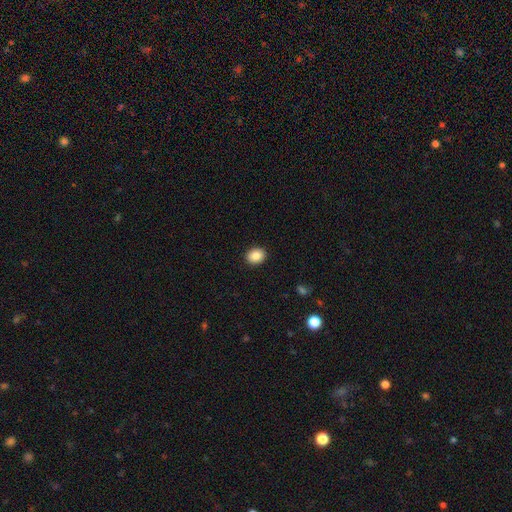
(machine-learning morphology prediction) Smooth or featured?
  - smooth: 87% *
  - star or artifact: 9%
  - featured or disk: 4%
How rounded?
  - round: 53% *
  - in between: 46%
  - cigar-shaped: 1%
Merging?
  - none: 91% *
  - minor disturbance: 6%
  - major disturbance: 2%
  - merger: 1%